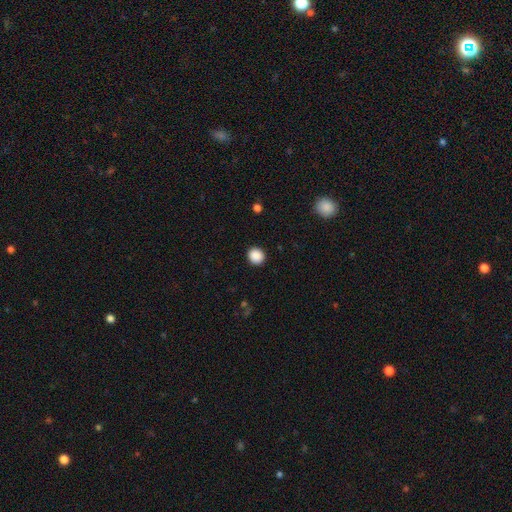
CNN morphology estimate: Smooth or featured: smooth — 89% (star or artifact — 9%)
How rounded: round — 85% (in between — 14%)
Merging: none — 92% (minor disturbance — 5%)